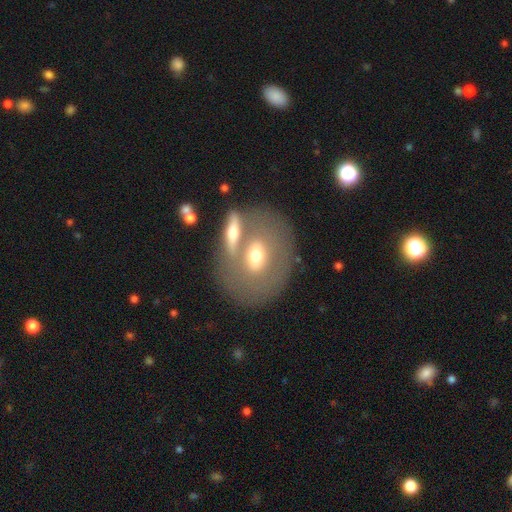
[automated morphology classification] Smooth or featured?
  - smooth: 47% *
  - featured or disk: 46%
  - star or artifact: 8%
Merging?
  - none: 51% *
  - merger: 28%
  - minor disturbance: 14%
  - major disturbance: 8%